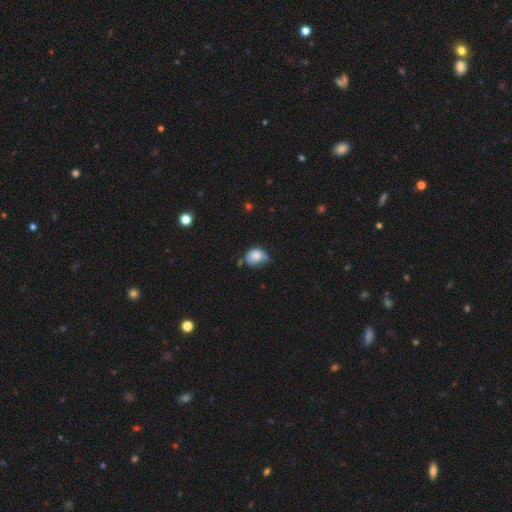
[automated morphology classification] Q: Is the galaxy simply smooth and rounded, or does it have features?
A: smooth — 78%.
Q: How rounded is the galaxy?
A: round — 53%.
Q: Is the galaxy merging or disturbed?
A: minor disturbance — 41%.